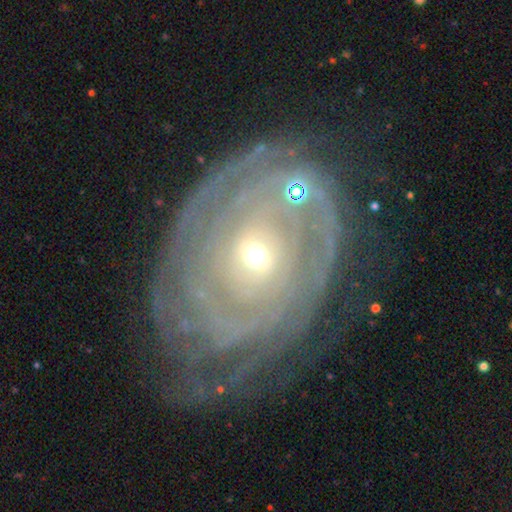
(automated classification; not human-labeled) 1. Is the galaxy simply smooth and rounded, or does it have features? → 84% featured or disk, 9% smooth, 6% star or artifact.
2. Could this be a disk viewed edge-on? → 95% no, 5% yes.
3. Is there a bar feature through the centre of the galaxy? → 77% no, 17% weak, 6% strong.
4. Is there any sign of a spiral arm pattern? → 87% yes, 13% no.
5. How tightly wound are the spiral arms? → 81% tight, 14% medium, 5% loose.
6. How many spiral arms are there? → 44% can't tell, 18% 2, 12% 3, 11% more than 4, 10% 4, 7% 1.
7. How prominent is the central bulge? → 61% small, 35% moderate, 2% large, 1% dominant, 1% none.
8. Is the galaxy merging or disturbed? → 63% none, 21% minor disturbance, 13% major disturbance, 3% merger.